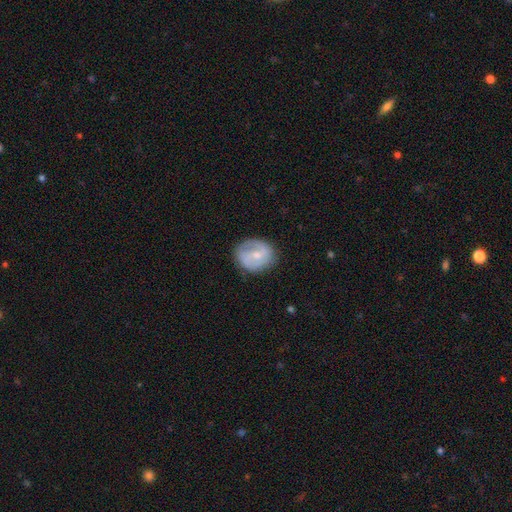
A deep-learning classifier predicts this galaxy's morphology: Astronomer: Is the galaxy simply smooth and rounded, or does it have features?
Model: featured or disk — 55% (runner-up: smooth, 39%).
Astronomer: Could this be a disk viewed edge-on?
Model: no — 97%.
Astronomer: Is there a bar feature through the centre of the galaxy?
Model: weak — 45% (runner-up: no, 43%).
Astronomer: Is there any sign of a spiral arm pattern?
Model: yes — 71%.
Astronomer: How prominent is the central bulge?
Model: moderate — 47% (runner-up: small, 46%).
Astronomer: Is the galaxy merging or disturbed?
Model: none — 73%.